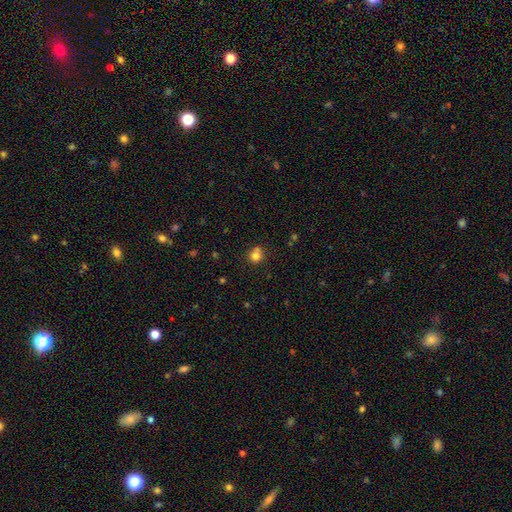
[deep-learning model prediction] Q: Smooth or featured?
A: smooth (79%); runner-up: star or artifact (13%)
Q: How rounded?
A: round (85%); runner-up: in between (14%)
Q: Merging?
A: none (61%); runner-up: merger (21%)